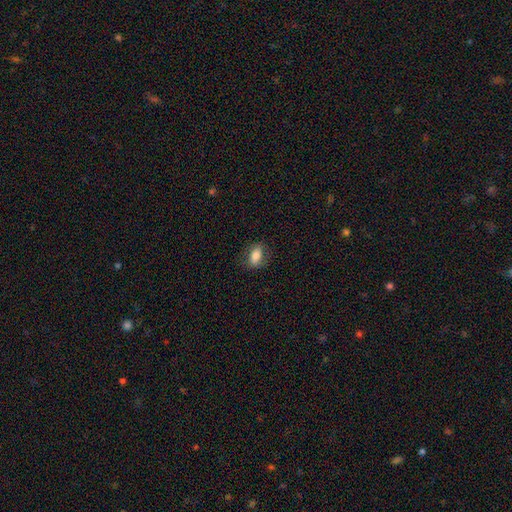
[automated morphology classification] smooth 75%, featured or disk 17%, star or artifact 8%. Down the decision tree: how rounded — in between (84%); merging — none (78%).